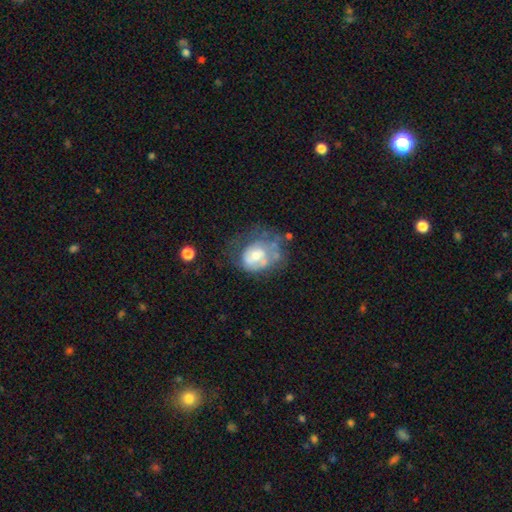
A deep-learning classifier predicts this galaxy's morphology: Smooth or featured? featured or disk (54%)
Edge-on disk? no (97%)
Bar? no (79%)
Spiral arms? no (67%)
Bulge size? moderate (52%)
Merging? major disturbance (33%)